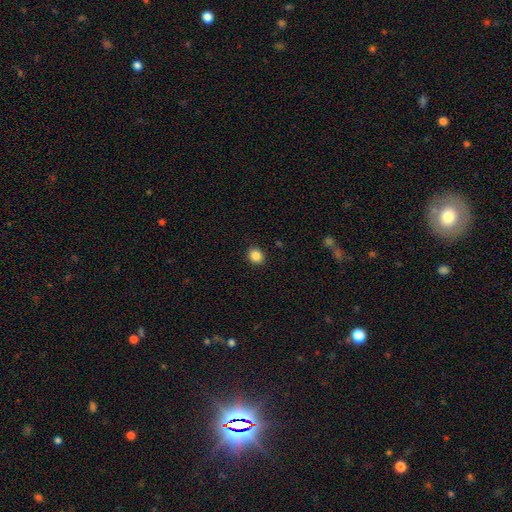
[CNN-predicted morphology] Smooth or featured? smooth (86%)
How rounded? round (76%)
Merging? none (91%)